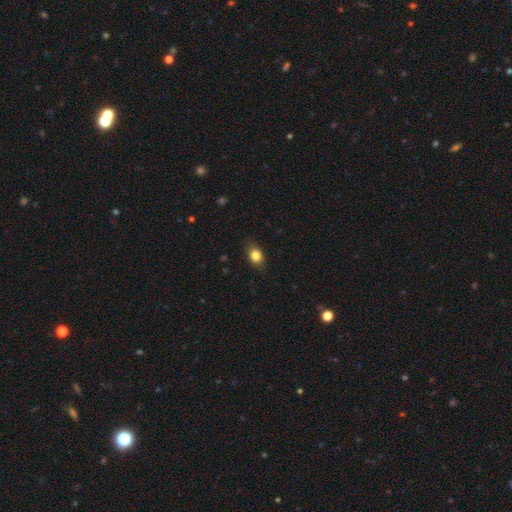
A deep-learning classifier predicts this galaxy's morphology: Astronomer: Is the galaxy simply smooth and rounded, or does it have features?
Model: smooth — 83%.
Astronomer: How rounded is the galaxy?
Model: in between — 58% (runner-up: round, 41%).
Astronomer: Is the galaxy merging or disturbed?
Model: none — 82%.